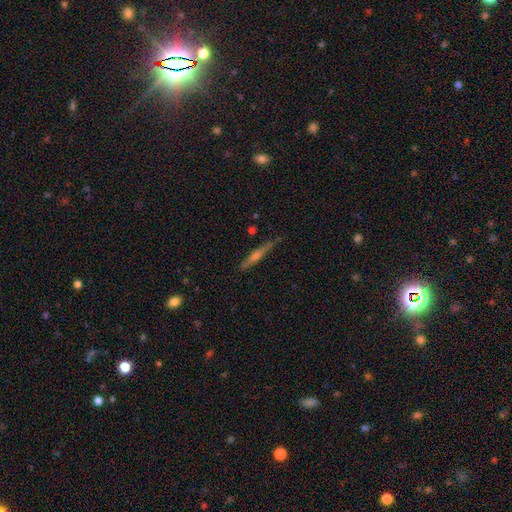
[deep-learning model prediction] Q: Smooth or featured?
A: featured or disk (63%); runner-up: smooth (29%)
Q: Edge-on disk?
A: yes (96%); runner-up: no (4%)
Q: Edge-on bulge?
A: rounded (72%); runner-up: none (20%)
Q: Merging?
A: none (81%); runner-up: minor disturbance (14%)